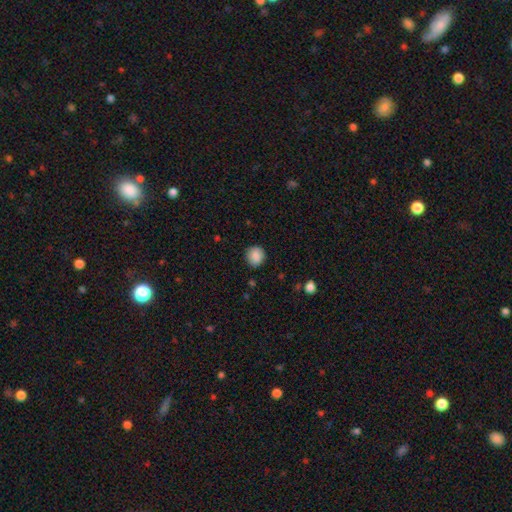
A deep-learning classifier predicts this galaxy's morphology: Smooth or featured: smooth — 87% (star or artifact — 8%)
How rounded: round — 85% (in between — 14%)
Merging: none — 86% (minor disturbance — 11%)